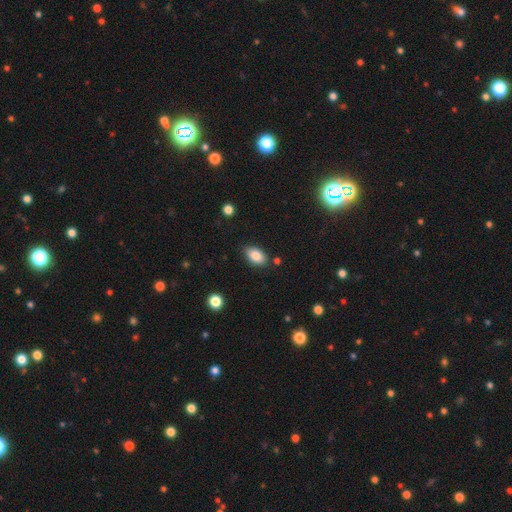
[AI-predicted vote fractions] Smooth or featured?
  - smooth: 84% *
  - star or artifact: 8%
  - featured or disk: 7%
How rounded?
  - in between: 91% *
  - round: 7%
  - cigar-shaped: 2%
Merging?
  - none: 82% *
  - minor disturbance: 12%
  - merger: 3%
  - major disturbance: 3%